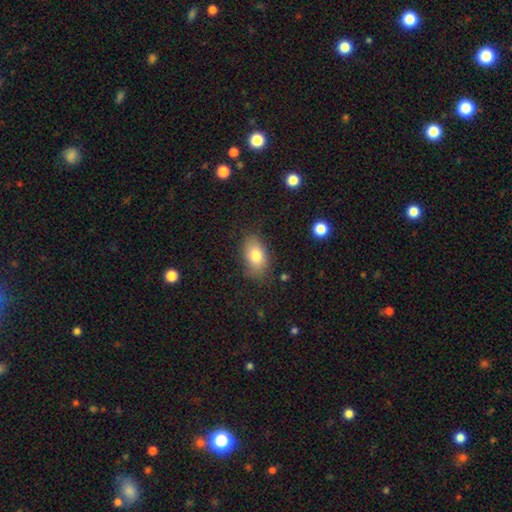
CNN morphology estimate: type=smooth (79%); roundness=in between (90%); merging=none (78%).